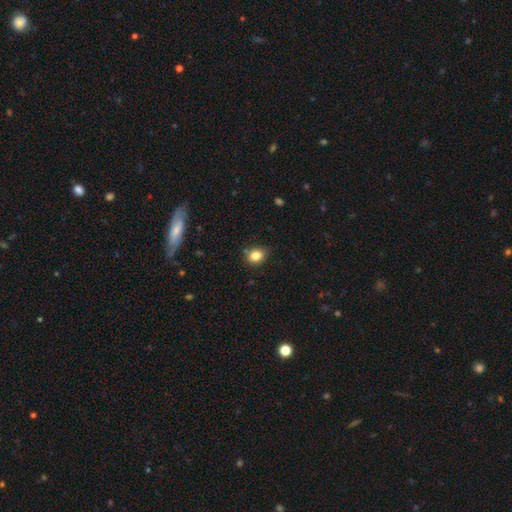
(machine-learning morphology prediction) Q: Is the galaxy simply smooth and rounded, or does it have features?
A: smooth — 83%.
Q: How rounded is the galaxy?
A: round — 55%.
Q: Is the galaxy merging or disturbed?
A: none — 78%.